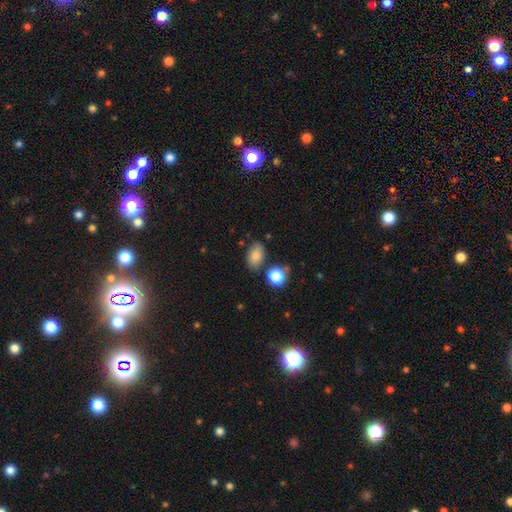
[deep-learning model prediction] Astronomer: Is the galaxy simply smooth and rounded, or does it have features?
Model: smooth — 82%.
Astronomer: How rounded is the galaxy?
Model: in between — 86%.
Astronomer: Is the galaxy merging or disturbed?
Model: none — 73%.